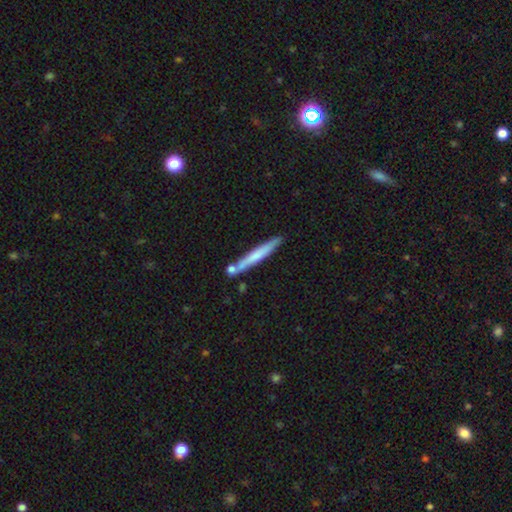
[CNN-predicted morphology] Q: Smooth or featured?
A: smooth (57%); runner-up: featured or disk (38%)
Q: How rounded?
A: cigar-shaped (96%); runner-up: in between (3%)
Q: Merging?
A: none (74%); runner-up: minor disturbance (12%)